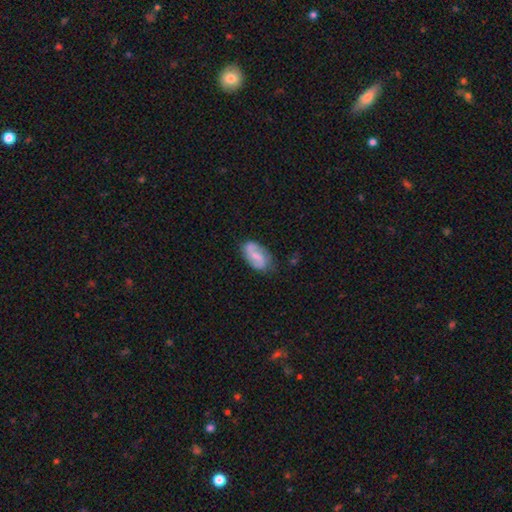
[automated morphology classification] This is likely a featured or disk galaxy (64%). It is clearly not viewed edge-on (97%). Bar: possibly weak (49%). Spiral arm pattern: clearly yes (91%). Spiral arm count: clearly 2 (89%). Spiral winding: possibly loose (48%). Central bulge: marginally small (44%). Merging: likely none (74%).